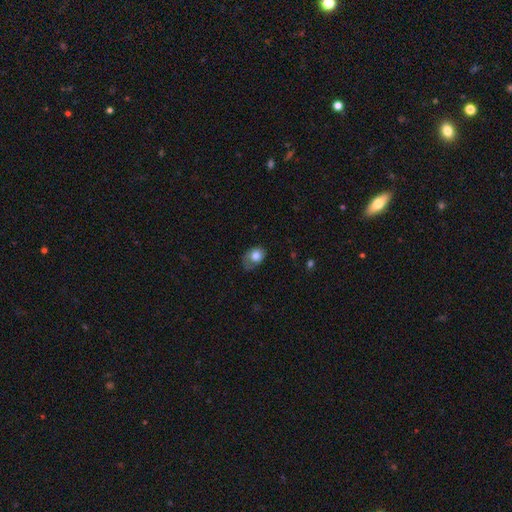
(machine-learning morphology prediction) Smooth or featured? smooth (75%)
How rounded? in between (69%)
Merging? none (40%)